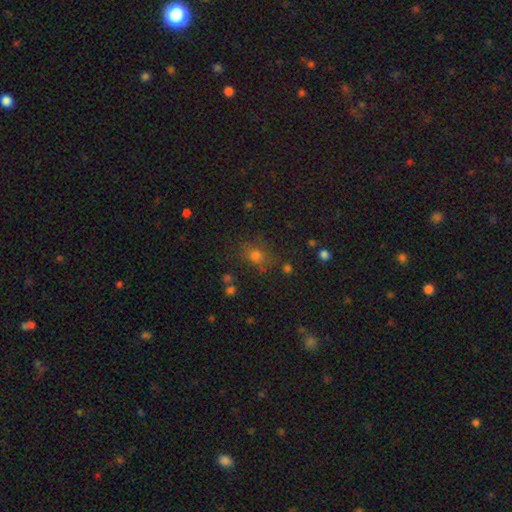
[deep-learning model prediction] Smooth or featured? smooth (69%)
How rounded? round (56%)
Merging? none (75%)